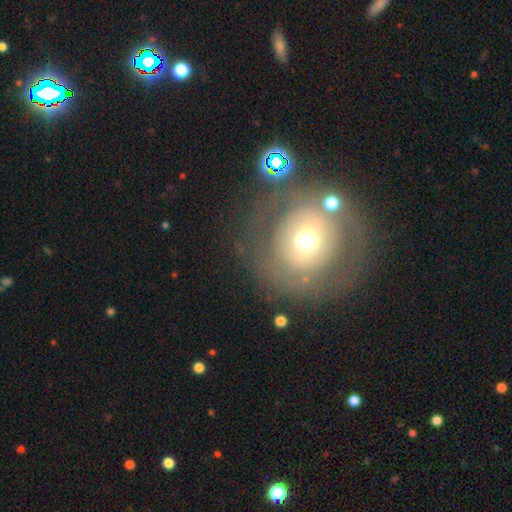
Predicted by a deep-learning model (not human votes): Morphology: type=featured or disk (58%); edge-on=no (96%); bar=no (76%); spiral arms=no (56%); bulge=moderate (59%); merging=none (74%).